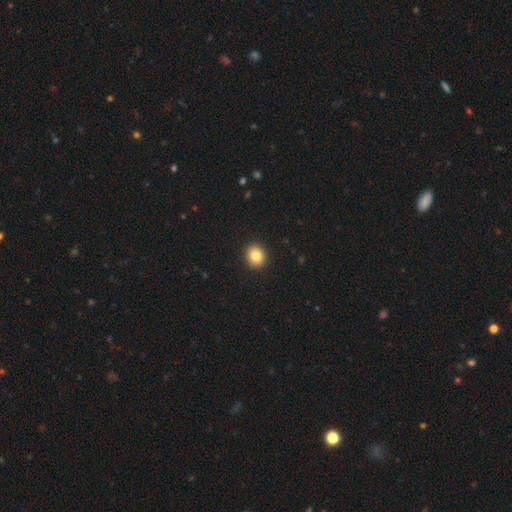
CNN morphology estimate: A smooth galaxy with no disk features (82%) that is round (81%).

Vote fractions:
- Smooth or featured? smooth: 82% / star or artifact: 10% / featured or disk: 8%
- How rounded? round: 81% / in between: 18% / cigar-shaped: 1%
- Merging? none: 92% / minor disturbance: 5% / major disturbance: 2% / merger: 1%